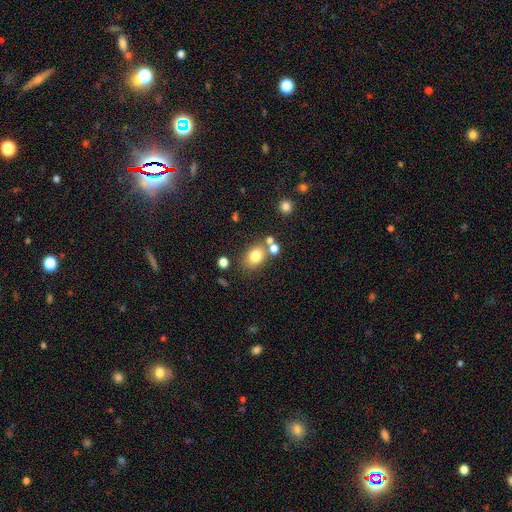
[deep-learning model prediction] smooth-or-featured: smooth: 78% | star or artifact: 12% | featured or disk: 11%
  how-rounded: in between: 60% | round: 39% | cigar-shaped: 1%
  merging: none: 66% | merger: 17% | minor disturbance: 13% | major disturbance: 5%